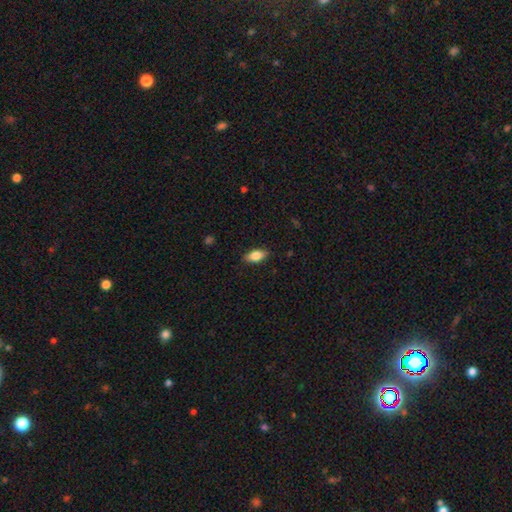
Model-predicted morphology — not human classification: Smooth or featured? Predicted: smooth (p=0.78). How rounded? Predicted: in between (p=0.86). Merging? Predicted: none (p=0.87).